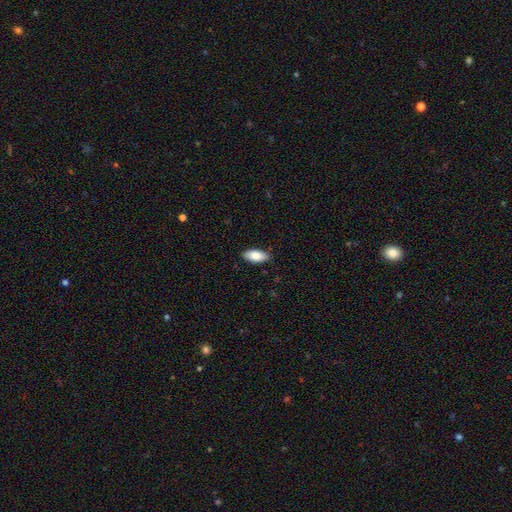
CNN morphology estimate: smooth 82%, featured or disk 12%, star or artifact 6%. Down the decision tree: how rounded — in between (88%); merging — none (88%).